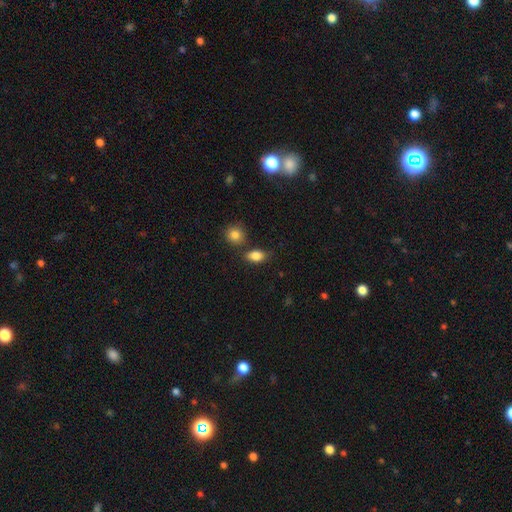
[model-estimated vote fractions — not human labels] Q: Smooth or featured?
A: smooth (84%); runner-up: star or artifact (8%)
Q: How rounded?
A: in between (85%); runner-up: round (12%)
Q: Merging?
A: none (72%); runner-up: minor disturbance (14%)